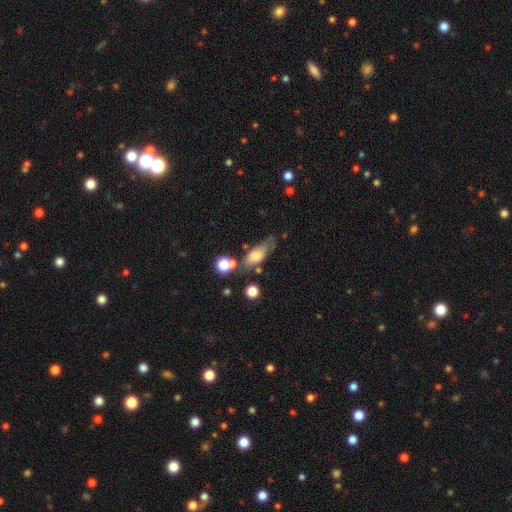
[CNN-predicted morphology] Smooth or featured: smooth — 71% (featured or disk — 19%)
How rounded: in between — 70% (cigar-shaped — 25%)
Merging: none — 51% (minor disturbance — 24%)